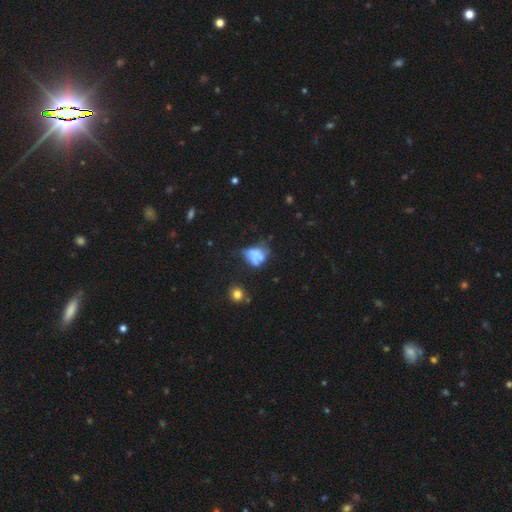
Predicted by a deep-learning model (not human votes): Smooth or featured: smooth — 48% (featured or disk — 36%)
Merging: none — 29% (major disturbance — 25%)